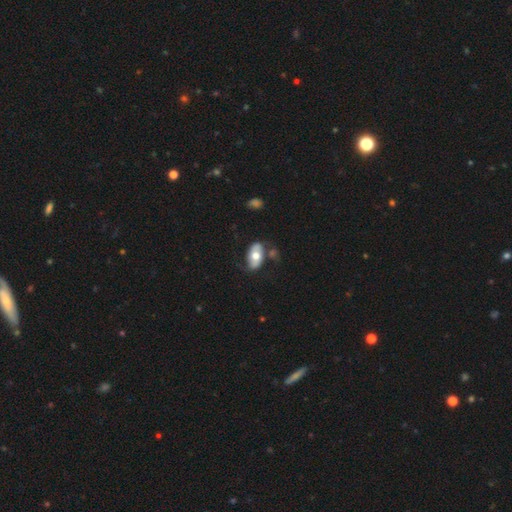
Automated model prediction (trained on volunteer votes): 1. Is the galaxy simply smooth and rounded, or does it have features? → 52% smooth, 42% featured or disk, 6% star or artifact.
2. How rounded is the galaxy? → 92% in between, 5% round, 2% cigar-shaped.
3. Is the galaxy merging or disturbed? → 60% none, 21% minor disturbance, 10% merger, 9% major disturbance.